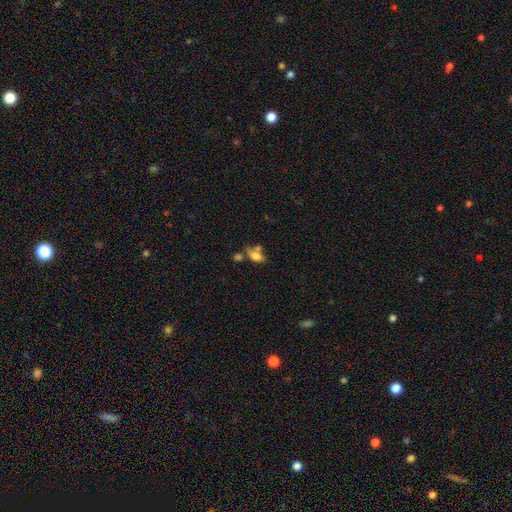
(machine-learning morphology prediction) Smooth or featured? Predicted: smooth (p=0.68). How rounded? Predicted: in between (p=0.82). Merging? Predicted: none (p=0.42).